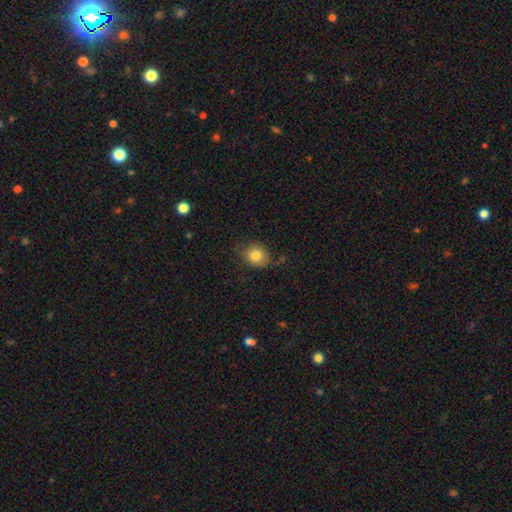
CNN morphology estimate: This is clearly a smooth galaxy (80%). How rounded: likely round (72%). Merging: likely none (71%).